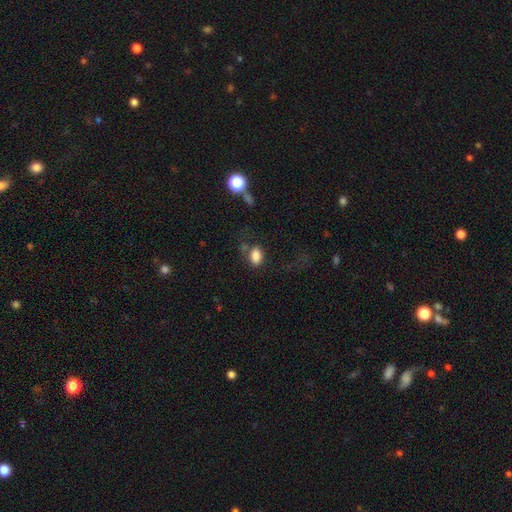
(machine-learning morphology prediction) A smooth galaxy with no disk features (84%) that is in between round and cigar-shaped (85%). Merging: none (59%).